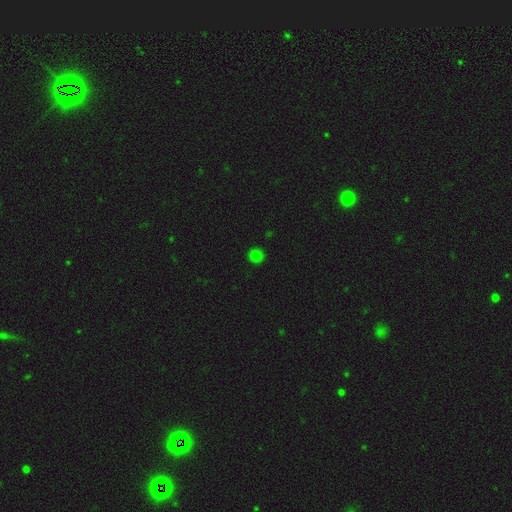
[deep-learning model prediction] Q: Smooth or featured?
A: smooth (80%); runner-up: star or artifact (17%)
Q: How rounded?
A: round (92%); runner-up: in between (7%)
Q: Merging?
A: none (91%); runner-up: minor disturbance (6%)